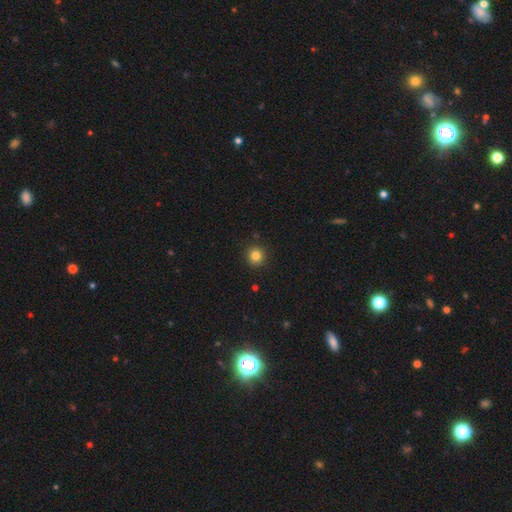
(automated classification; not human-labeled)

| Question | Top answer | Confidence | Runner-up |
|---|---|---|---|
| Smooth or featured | smooth | 82% | star or artifact (12%) |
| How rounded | round | 94% | in between (6%) |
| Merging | none | 91% | minor disturbance (6%) |